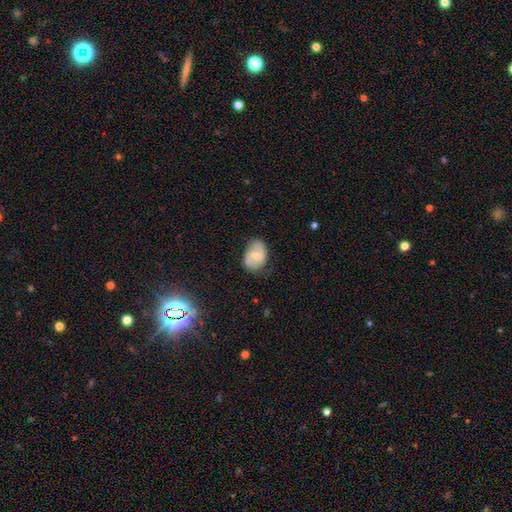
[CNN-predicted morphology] Smooth or featured? featured or disk (47%)
Merging? none (67%)